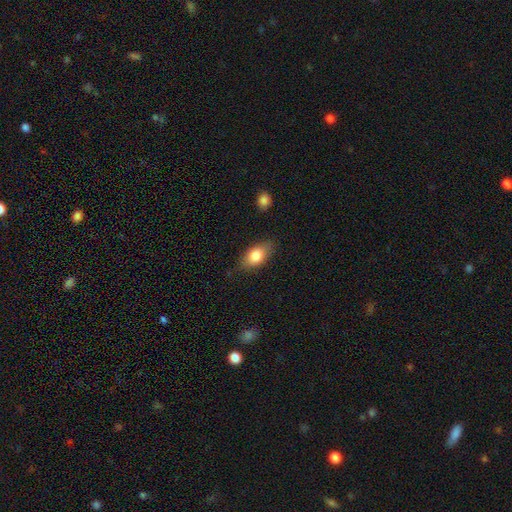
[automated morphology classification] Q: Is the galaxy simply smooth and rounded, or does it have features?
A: smooth — 81%.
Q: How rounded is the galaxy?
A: in between — 88%.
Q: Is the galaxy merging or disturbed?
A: none — 78%.